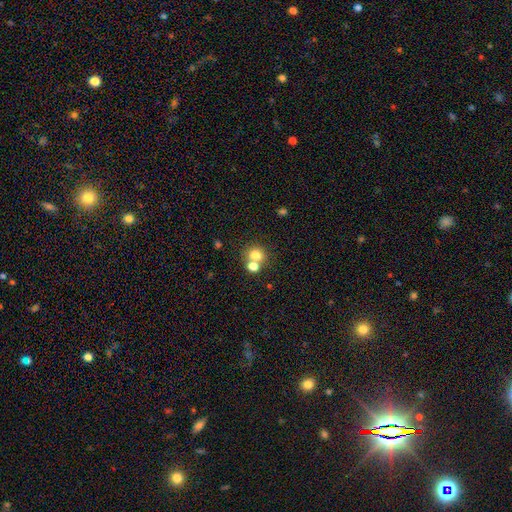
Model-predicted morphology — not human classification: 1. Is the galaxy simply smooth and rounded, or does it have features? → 76% smooth, 13% star or artifact, 11% featured or disk.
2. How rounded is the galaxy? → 79% round, 20% in between, 1% cigar-shaped.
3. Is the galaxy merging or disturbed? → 48% none, 42% merger, 7% minor disturbance, 3% major disturbance.